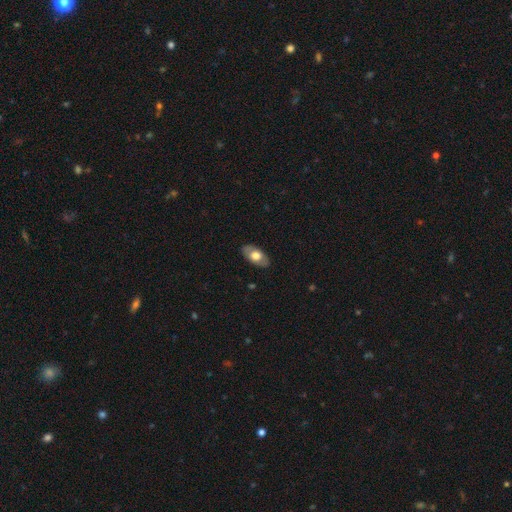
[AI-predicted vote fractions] Q: Smooth or featured?
A: smooth (59%); runner-up: featured or disk (35%)
Q: How rounded?
A: in between (93%); runner-up: round (5%)
Q: Merging?
A: none (85%); runner-up: minor disturbance (12%)